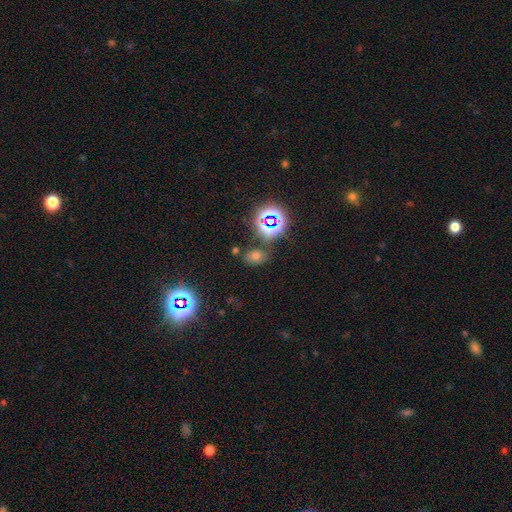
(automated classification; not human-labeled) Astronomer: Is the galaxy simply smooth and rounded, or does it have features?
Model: smooth — 53% (runner-up: star or artifact, 38%).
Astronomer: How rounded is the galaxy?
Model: in between — 73%.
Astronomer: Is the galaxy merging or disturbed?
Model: none — 76%.